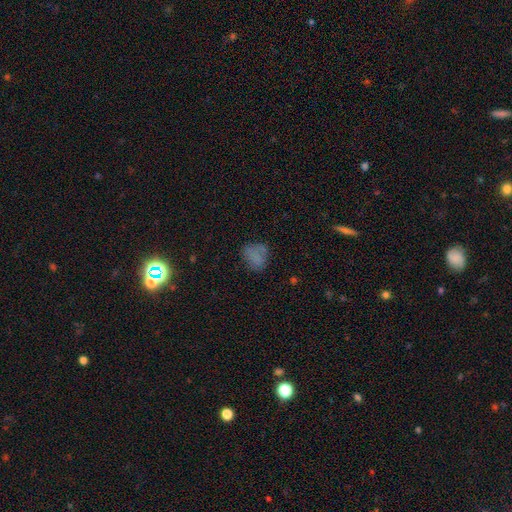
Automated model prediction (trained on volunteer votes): The model was most divided on "how rounded": round: 61%, in between: 37%, cigar-shaped: 1%. More confident: smooth or featured — smooth (70%); merging — none (60%).